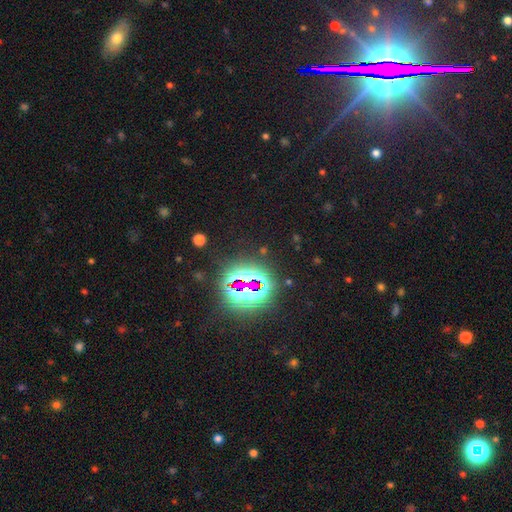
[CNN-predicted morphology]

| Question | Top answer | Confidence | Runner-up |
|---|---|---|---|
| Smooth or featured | star or artifact | 83% | smooth (9%) |